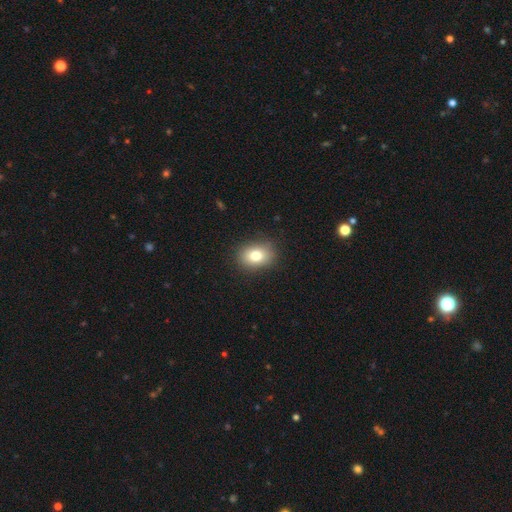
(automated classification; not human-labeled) smooth_or_featured: smooth (p=0.80) [alt: star or artifact p=0.10]
how_rounded: in between (p=0.64) [alt: round p=0.35]
merging: none (p=0.86) [alt: minor disturbance p=0.10]